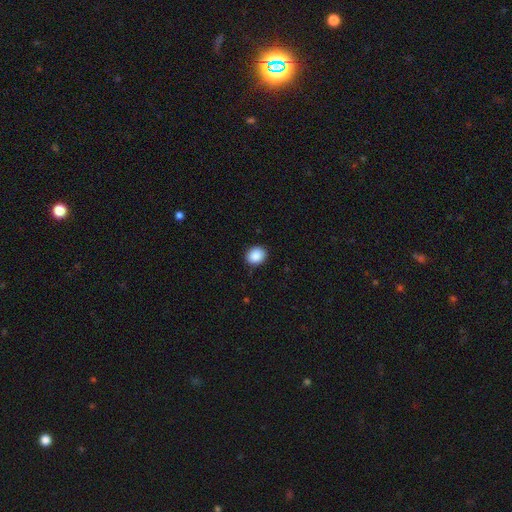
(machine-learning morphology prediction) Smooth or featured? Predicted: smooth (p=0.89). How rounded? Predicted: round (p=0.62). Merging? Predicted: none (p=0.89).